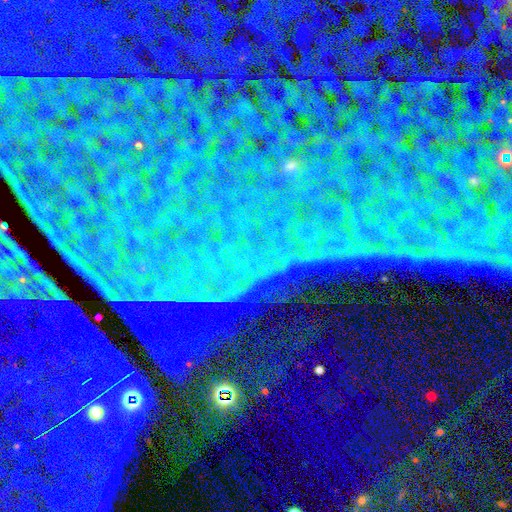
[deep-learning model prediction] This appears to be a star or artifact, not a galaxy (88%).